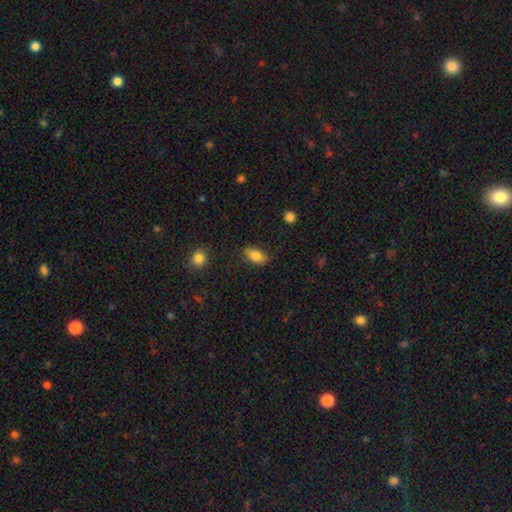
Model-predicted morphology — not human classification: Smooth or featured: smooth — 82% (featured or disk — 10%)
How rounded: in between — 89% (round — 6%)
Merging: none — 84% (minor disturbance — 12%)